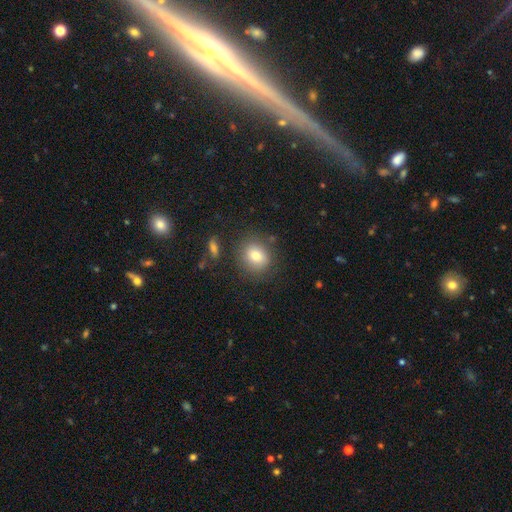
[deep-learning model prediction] This is likely a smooth galaxy (78%). How rounded: likely round (74%). Merging: clearly none (82%).